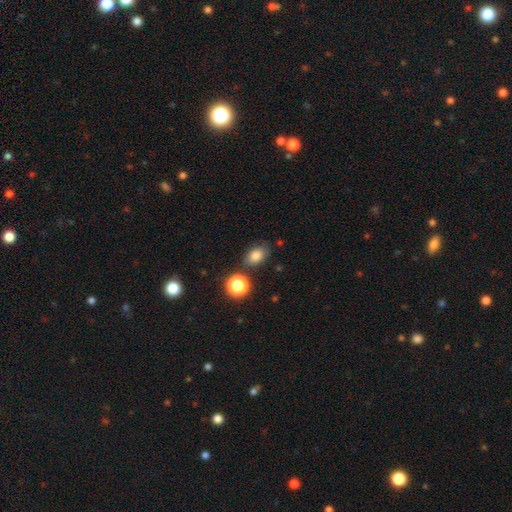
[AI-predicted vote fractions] Q: Smooth or featured?
A: smooth (79%); runner-up: star or artifact (12%)
Q: How rounded?
A: in between (78%); runner-up: round (21%)
Q: Merging?
A: none (73%); runner-up: minor disturbance (16%)